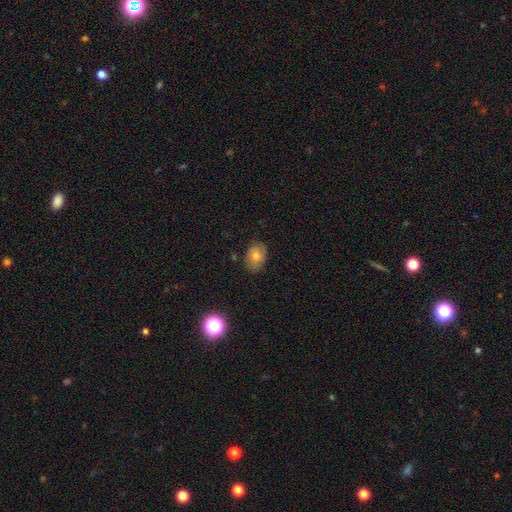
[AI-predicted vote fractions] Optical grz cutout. It shows a smooth galaxy with no disk features (64%) that is in between round and cigar-shaped (72%). Merging: none (78%).